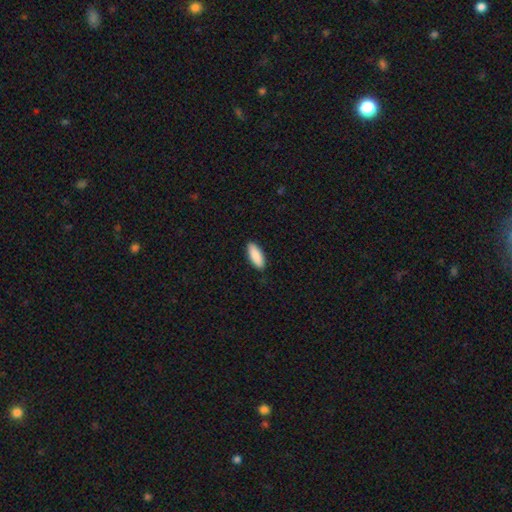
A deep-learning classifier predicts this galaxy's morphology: Q: Smooth or featured?
A: smooth (90%); runner-up: star or artifact (5%)
Q: How rounded?
A: in between (72%); runner-up: cigar-shaped (27%)
Q: Merging?
A: none (89%); runner-up: minor disturbance (8%)